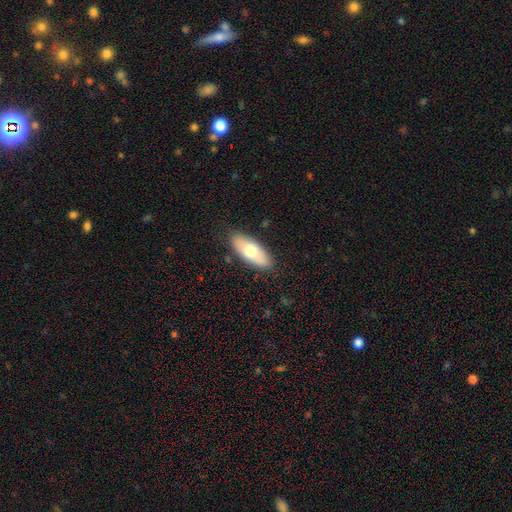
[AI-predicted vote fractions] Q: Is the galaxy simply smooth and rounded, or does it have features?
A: smooth — 66%.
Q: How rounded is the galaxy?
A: in between — 83%.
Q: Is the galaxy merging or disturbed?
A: none — 87%.